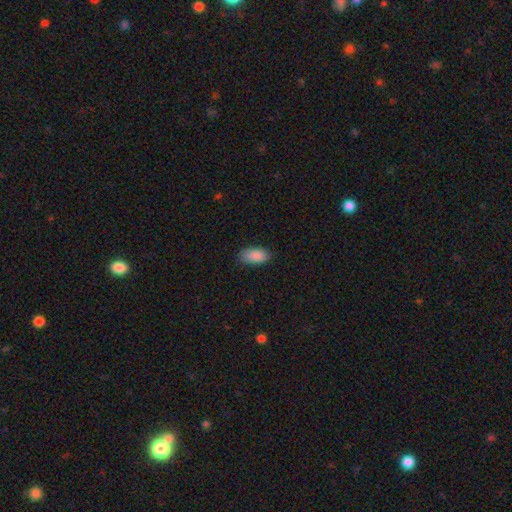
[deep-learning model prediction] Q: Smooth or featured?
A: smooth (88%); runner-up: star or artifact (7%)
Q: How rounded?
A: in between (93%); runner-up: cigar-shaped (5%)
Q: Merging?
A: none (85%); runner-up: minor disturbance (12%)